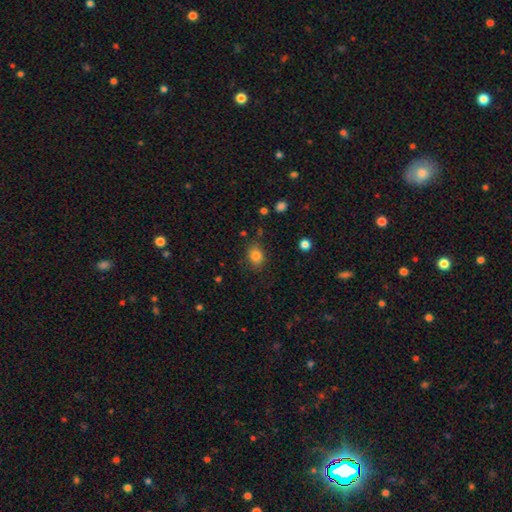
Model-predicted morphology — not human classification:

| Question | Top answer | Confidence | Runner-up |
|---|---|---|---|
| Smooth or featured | smooth | 81% | star or artifact (11%) |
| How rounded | in between | 53% | round (46%) |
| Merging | none | 81% | minor disturbance (13%) |